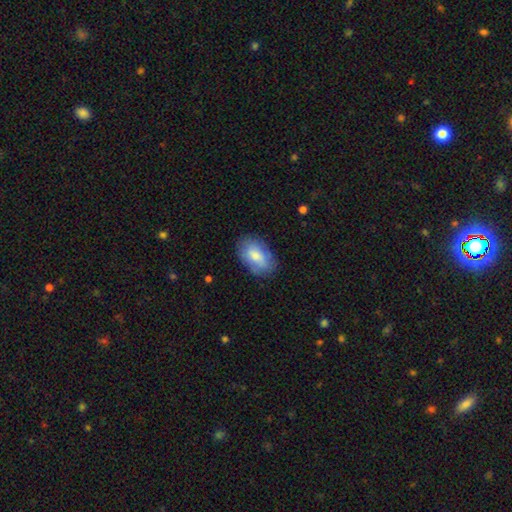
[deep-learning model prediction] Morphology: type=smooth (75%); roundness=in between (92%); merging=none (76%).